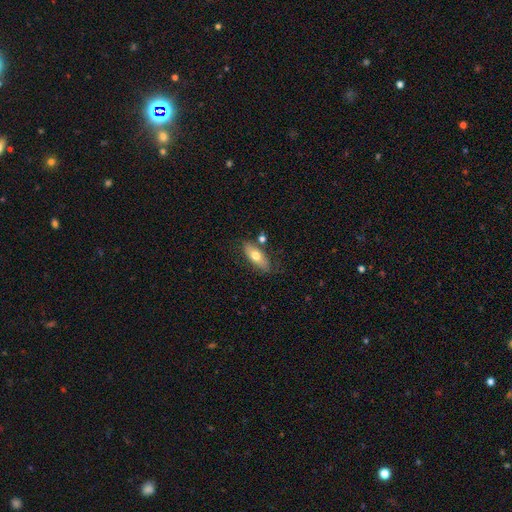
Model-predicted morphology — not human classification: Q: Smooth or featured?
A: smooth (65%); runner-up: featured or disk (29%)
Q: How rounded?
A: in between (73%); runner-up: cigar-shaped (24%)
Q: Merging?
A: none (74%); runner-up: minor disturbance (16%)